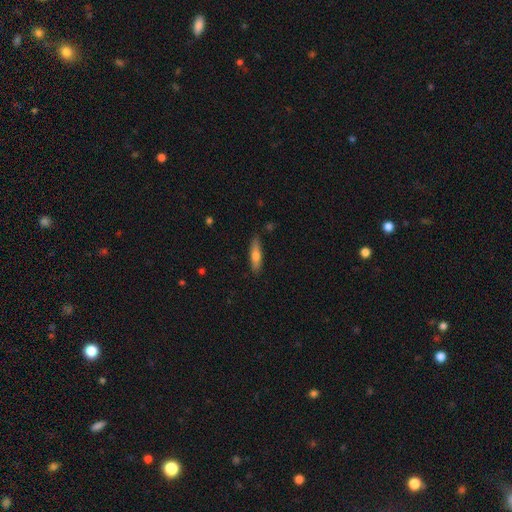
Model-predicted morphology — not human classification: A smooth galaxy with no disk features (65%) that is cigar-shaped (69%). Merging: none (86%).